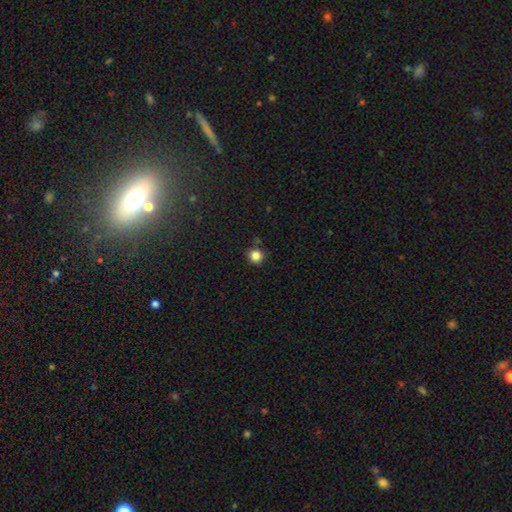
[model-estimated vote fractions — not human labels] Smooth or featured? smooth (84%)
How rounded? round (93%)
Merging? none (86%)